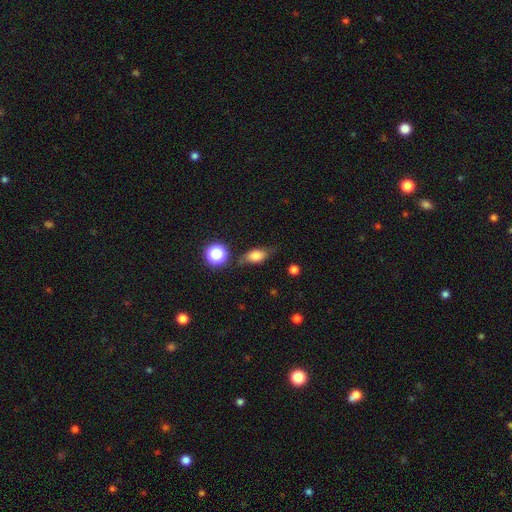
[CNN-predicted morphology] smooth_or_featured: smooth (p=0.73) [alt: featured or disk p=0.15]
how_rounded: in between (p=0.79) [alt: round p=0.13]
merging: none (p=0.67) [alt: minor disturbance p=0.23]